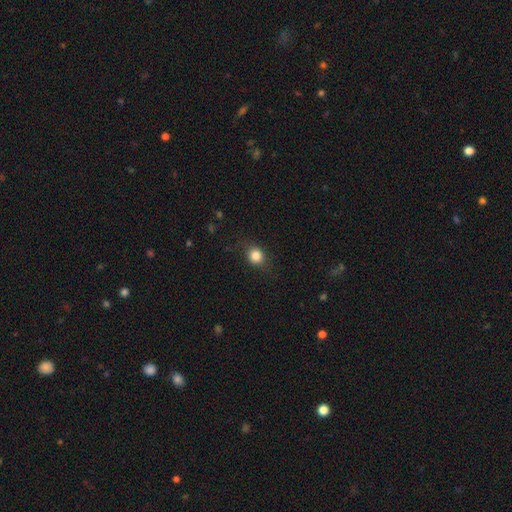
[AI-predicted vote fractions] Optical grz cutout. It shows a smooth galaxy with no disk features (82%) that is round (74%). Merging: none (80%).